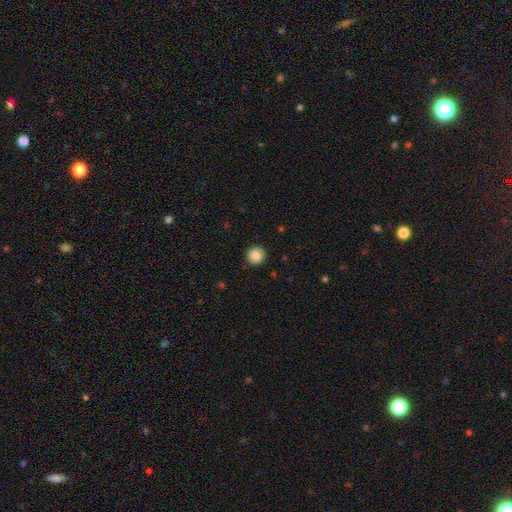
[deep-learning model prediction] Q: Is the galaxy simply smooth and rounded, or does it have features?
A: smooth — 85%.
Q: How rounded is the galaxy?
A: round — 95%.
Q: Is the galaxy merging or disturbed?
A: none — 91%.